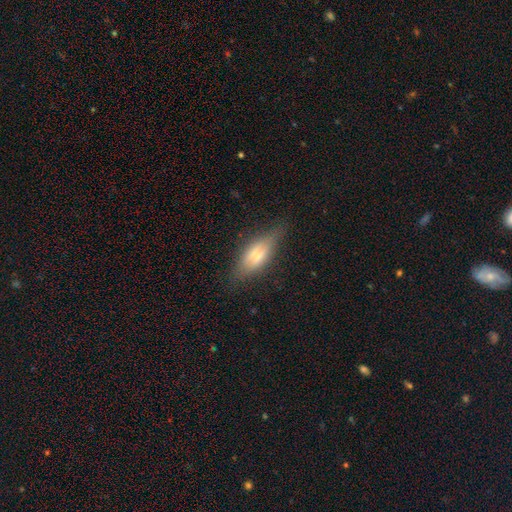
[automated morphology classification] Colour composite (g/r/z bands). It shows a smooth galaxy with no disk features (49%). Merging: none (79%).